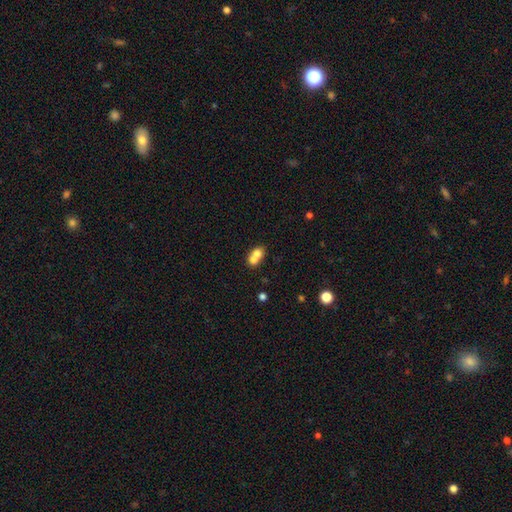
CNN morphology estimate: smooth 69%, featured or disk 21%, star or artifact 10%. Down the decision tree: how rounded — round (56%); merging — merger (71%).